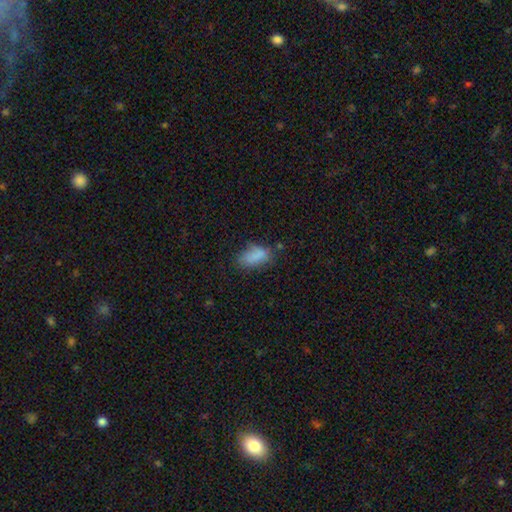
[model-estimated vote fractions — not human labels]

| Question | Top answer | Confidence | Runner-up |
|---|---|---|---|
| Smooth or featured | smooth | 78% | featured or disk (11%) |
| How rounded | in between | 91% | round (6%) |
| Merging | none | 51% | minor disturbance (30%) |